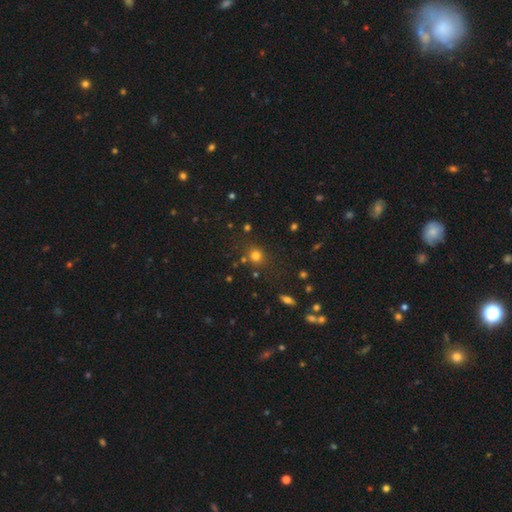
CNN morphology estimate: type=smooth (75%); roundness=round (87%); merging=none (81%).